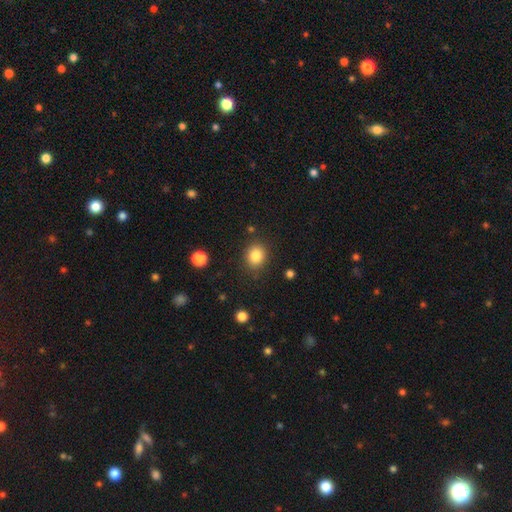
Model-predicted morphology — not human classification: smooth_or_featured: smooth (p=0.85) [alt: star or artifact p=0.10]
how_rounded: round (p=0.66) [alt: in between p=0.33]
merging: none (p=0.85) [alt: minor disturbance p=0.10]